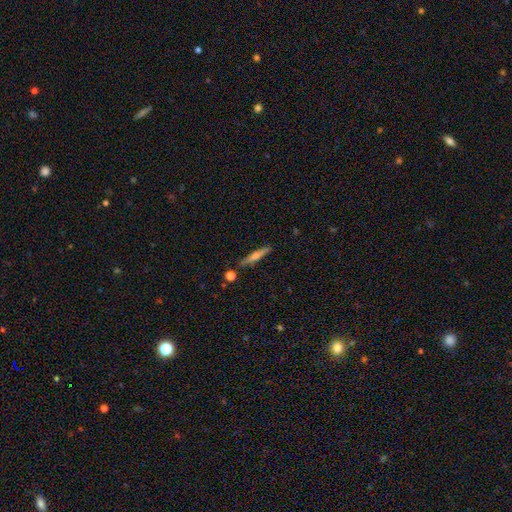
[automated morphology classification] Q: Smooth or featured?
A: featured or disk (56%); runner-up: smooth (36%)
Q: Edge-on disk?
A: yes (96%); runner-up: no (4%)
Q: Edge-on bulge?
A: rounded (78%); runner-up: none (14%)
Q: Merging?
A: none (86%); runner-up: minor disturbance (9%)